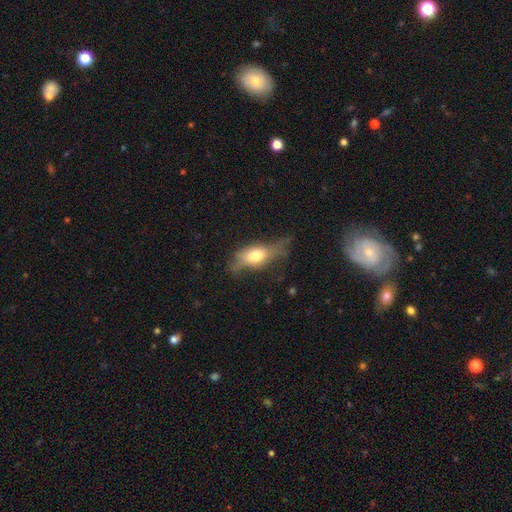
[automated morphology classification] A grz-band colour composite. It shows a smooth galaxy with no disk features (58%) that is in between round and cigar-shaped (74%). Merging: none (40%).